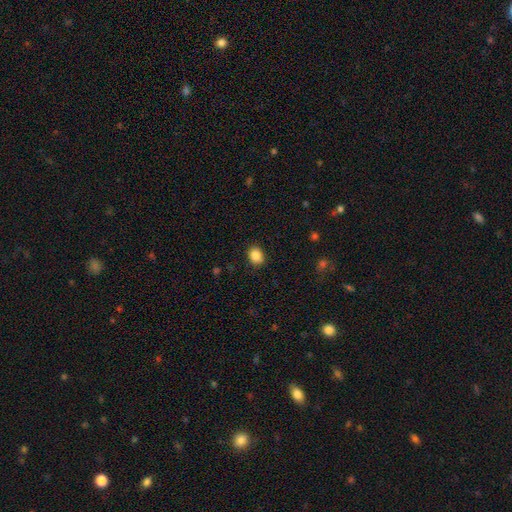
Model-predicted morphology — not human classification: type=smooth (87%); roundness=in between (57%); merging=none (88%).